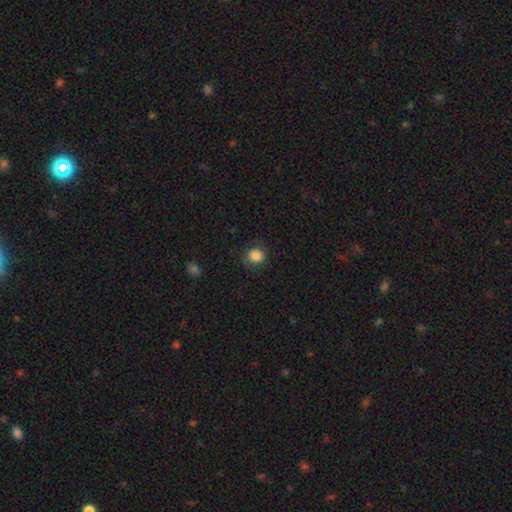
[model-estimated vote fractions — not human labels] smooth-or-featured: smooth: 85% | star or artifact: 10% | featured or disk: 5%
  how-rounded: round: 83% | in between: 16% | cigar-shaped: 1%
  merging: none: 81% | minor disturbance: 14% | major disturbance: 5% | merger: 1%